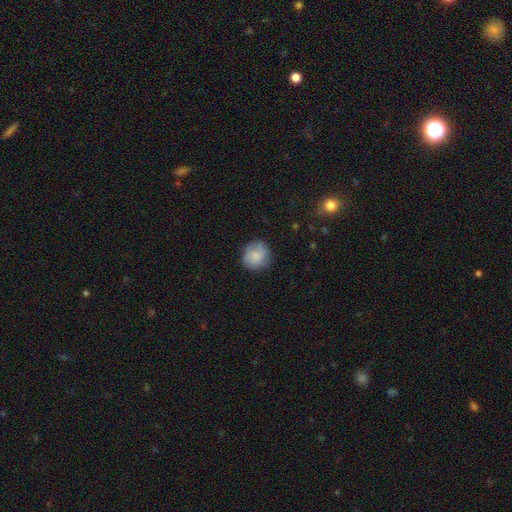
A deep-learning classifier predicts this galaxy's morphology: This is likely a smooth galaxy (78%). How rounded: clearly round (86%). Merging: likely none (77%).